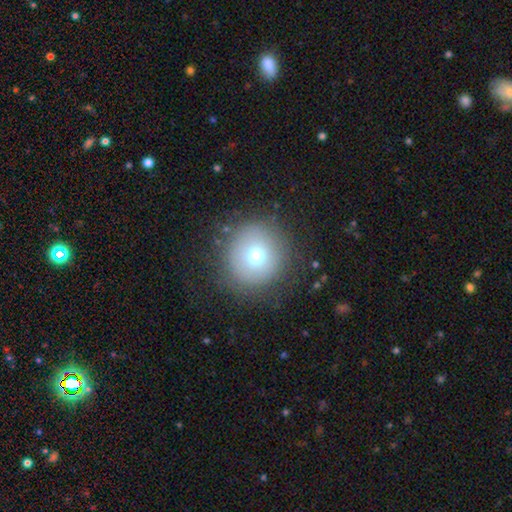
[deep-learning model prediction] Q: Smooth or featured?
A: smooth (68%); runner-up: star or artifact (16%)
Q: How rounded?
A: round (93%); runner-up: in between (6%)
Q: Merging?
A: none (84%); runner-up: minor disturbance (9%)